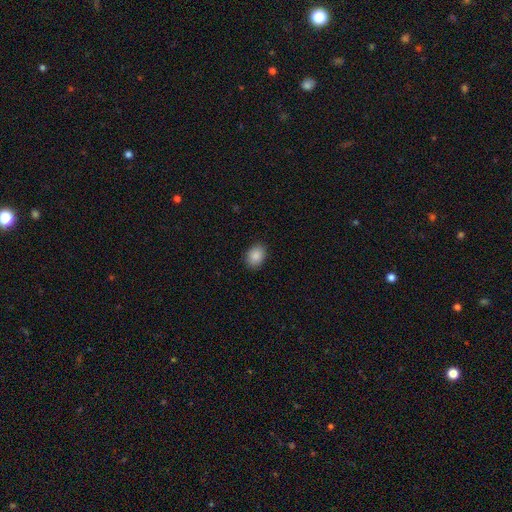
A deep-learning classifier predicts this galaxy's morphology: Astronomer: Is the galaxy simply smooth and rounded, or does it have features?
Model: smooth — 88%.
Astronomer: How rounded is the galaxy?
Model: in between — 74%.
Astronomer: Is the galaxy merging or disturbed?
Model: none — 89%.